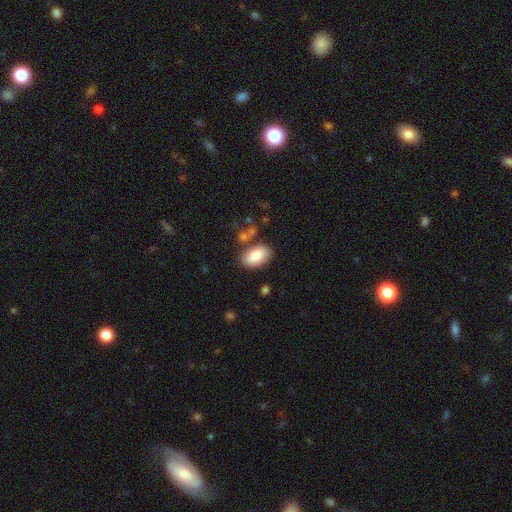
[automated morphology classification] A smooth galaxy with no disk features (83%) that is in between round and cigar-shaped (93%).

Vote fractions:
- Smooth or featured? smooth: 83% / featured or disk: 10% / star or artifact: 6%
- How rounded? in between: 93% / round: 6% / cigar-shaped: 1%
- Merging? none: 75% / minor disturbance: 14% / merger: 8% / major disturbance: 4%